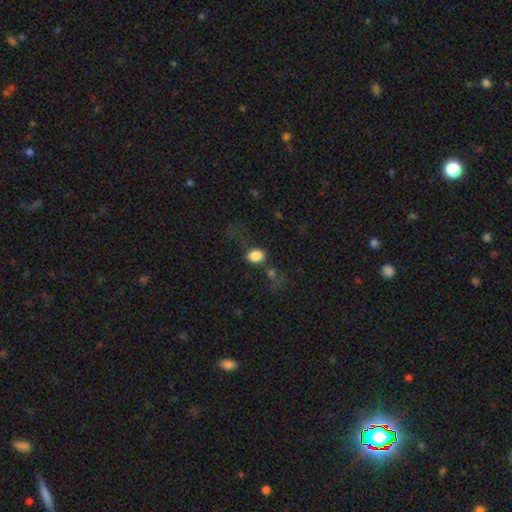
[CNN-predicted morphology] Overall: smooth (84%). How rounded: in between (74%). Merging: none (60%).